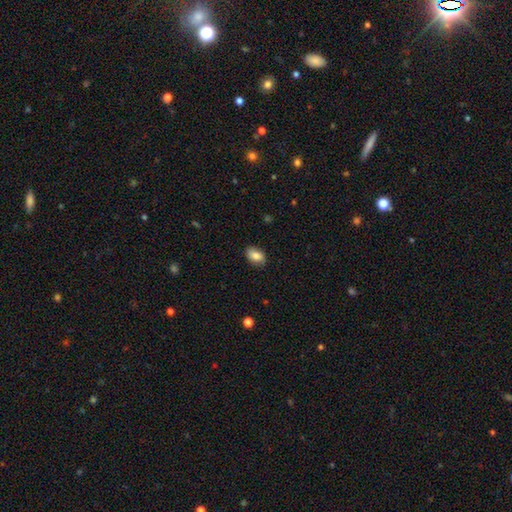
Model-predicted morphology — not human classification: This appears to be a smooth galaxy with no disk features (80%) that is in between round and cigar-shaped (87%). Merging: none (84%).